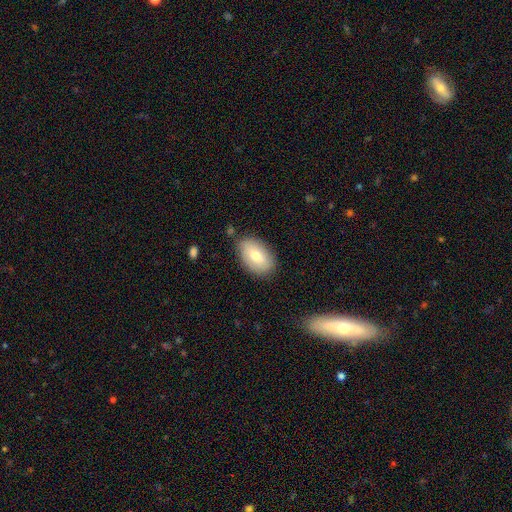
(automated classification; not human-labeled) Overall: smooth (75%). How rounded: in between (92%). Merging: none (82%).